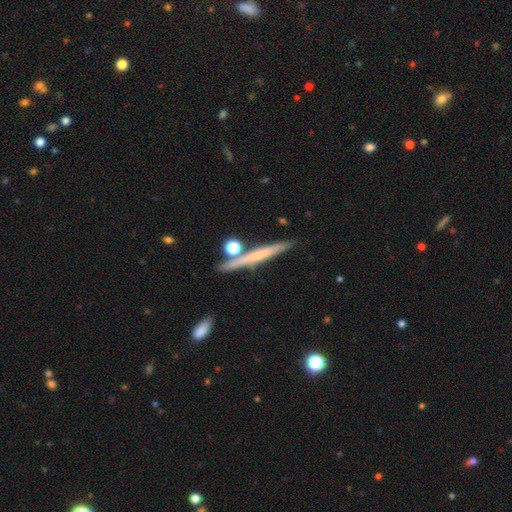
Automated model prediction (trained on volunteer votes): smooth_or_featured: featured or disk (p=0.51) [alt: smooth p=0.40]
disk_edge_on: yes (p=0.95) [alt: no p=0.05]
merging: none (p=0.80) [alt: minor disturbance p=0.10]